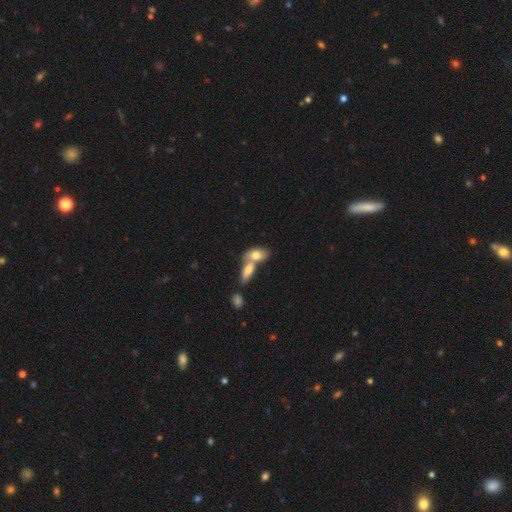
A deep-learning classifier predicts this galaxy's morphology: Q: Smooth or featured?
A: smooth (75%); runner-up: featured or disk (18%)
Q: How rounded?
A: in between (86%); runner-up: round (8%)
Q: Merging?
A: merger (64%); runner-up: none (27%)